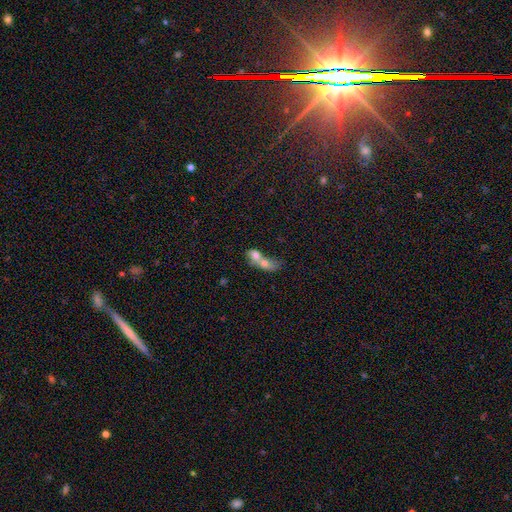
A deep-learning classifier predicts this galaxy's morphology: The model was most divided on "how rounded": in between: 64%, round: 29%, cigar-shaped: 7%. More confident: merging — merger (83%); smooth or featured — smooth (66%).